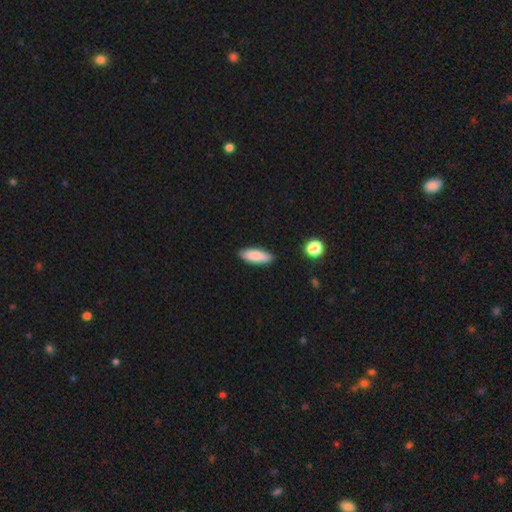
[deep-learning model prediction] Overall: smooth (85%). How rounded: in between (68%; cigar-shaped 30%). Merging: none (86%).